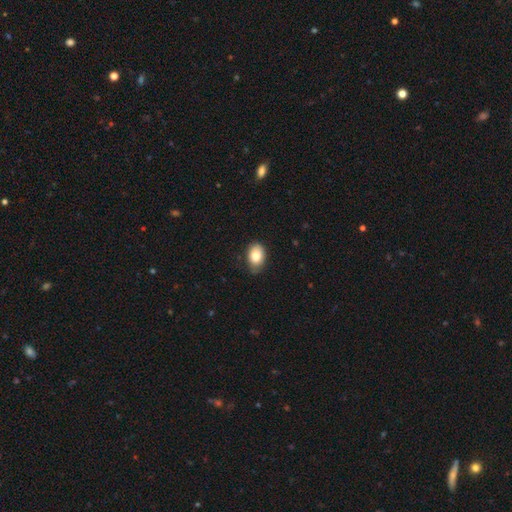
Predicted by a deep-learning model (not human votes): A smooth galaxy with no disk features (83%) that is in between round and cigar-shaped (83%).

Vote fractions:
- Smooth or featured? smooth: 83% / featured or disk: 9% / star or artifact: 8%
- How rounded? in between: 83% / round: 16% / cigar-shaped: 1%
- Merging? none: 75% / minor disturbance: 21% / major disturbance: 3% / merger: 1%